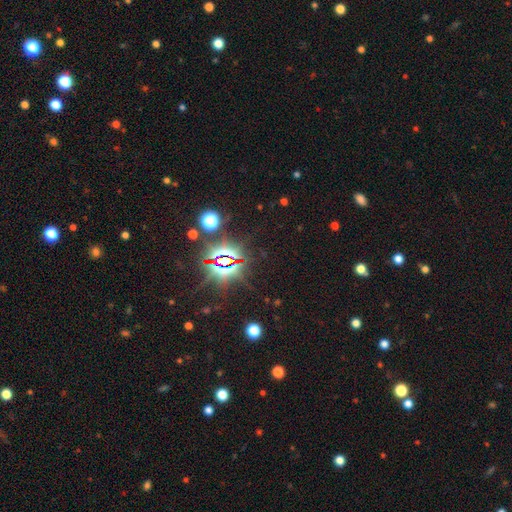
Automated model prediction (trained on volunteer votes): Smooth or featured?
  - star or artifact: 82% *
  - smooth: 11%
  - featured or disk: 7%